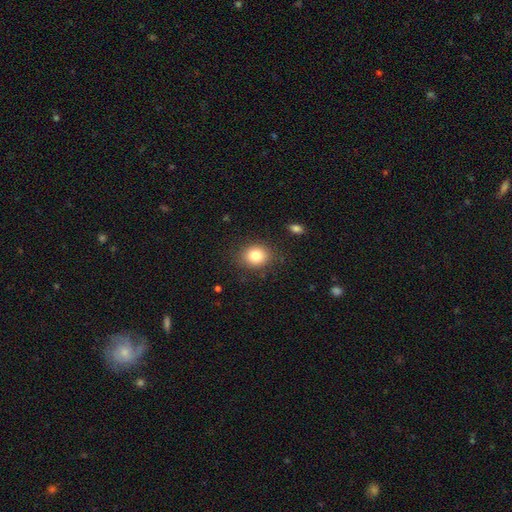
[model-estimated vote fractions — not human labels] Smooth or featured? smooth (82%)
How rounded? round (65%)
Merging? none (84%)